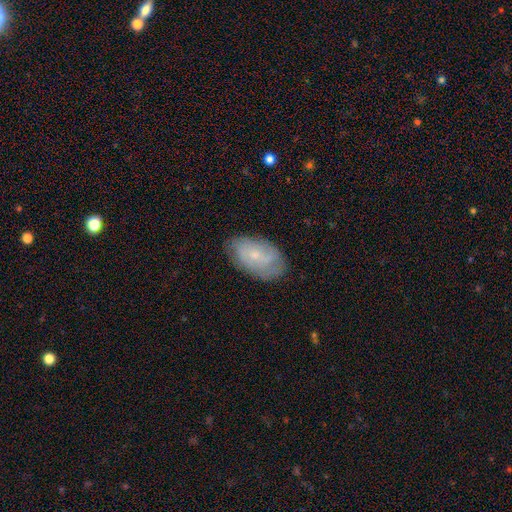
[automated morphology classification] smooth_or_featured: featured or disk (p=0.52) [alt: smooth p=0.41]
disk_edge_on: no (p=0.94) [alt: yes p=0.06]
merging: none (p=0.73) [alt: minor disturbance p=0.20]